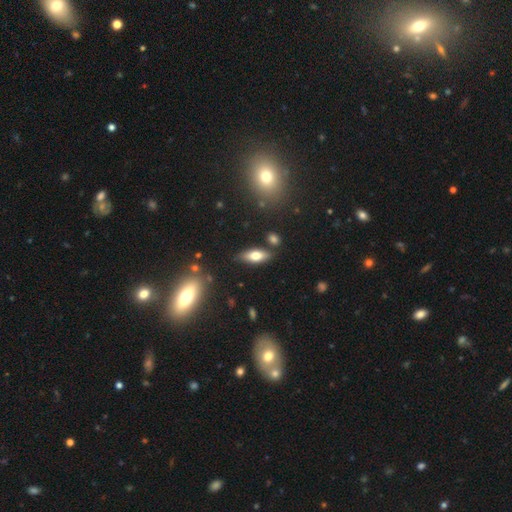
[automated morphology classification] Smooth or featured? Predicted: smooth (p=0.65). How rounded? Predicted: in between (p=0.72). Merging? Predicted: none (p=0.80).